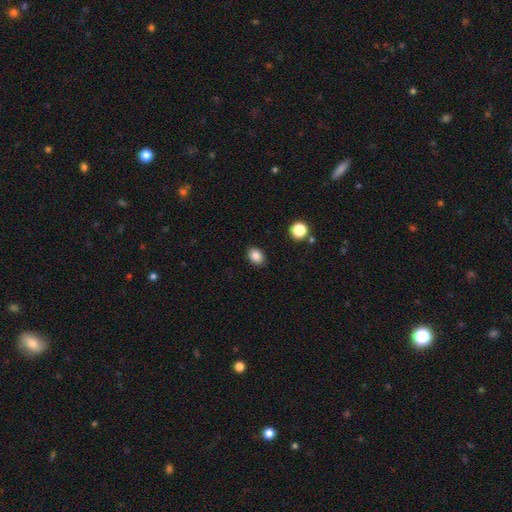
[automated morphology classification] A smooth galaxy with no disk features (86%) that is in between round and cigar-shaped (66%).

Vote fractions:
- Smooth or featured? smooth: 86% / star or artifact: 10% / featured or disk: 4%
- How rounded? in between: 66% / round: 33% / cigar-shaped: 1%
- Merging? none: 88% / minor disturbance: 9% / major disturbance: 2% / merger: 1%